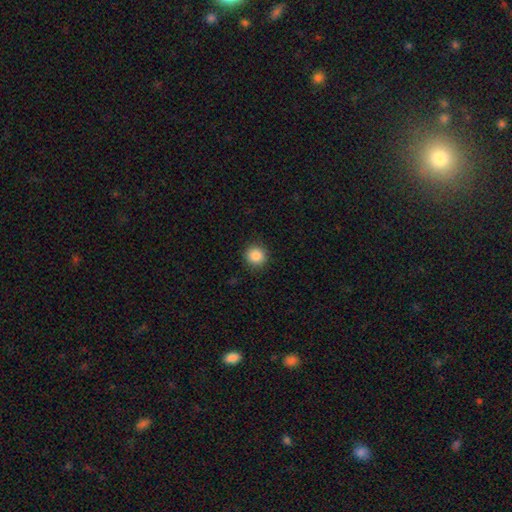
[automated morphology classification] This appears to be a smooth galaxy with no disk features (87%) that is round (92%). Merging: none (90%).